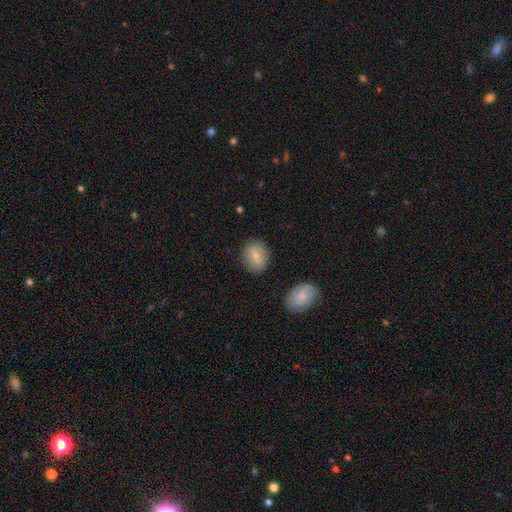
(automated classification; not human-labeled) smooth 73%, featured or disk 20%, star or artifact 7%. Down the decision tree: how rounded — in between (53%); merging — none (83%).